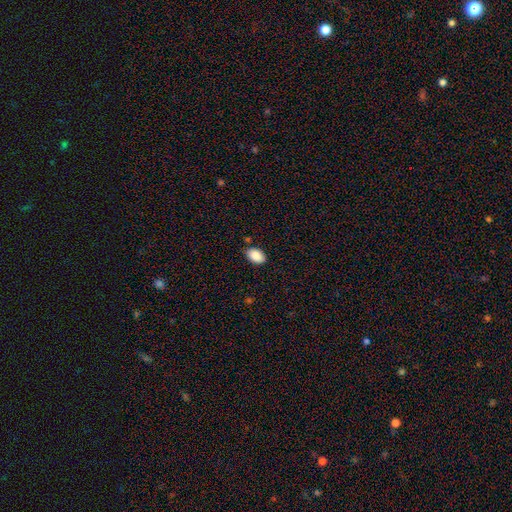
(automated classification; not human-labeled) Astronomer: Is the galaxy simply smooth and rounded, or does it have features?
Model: smooth — 89%.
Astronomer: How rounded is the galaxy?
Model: in between — 91%.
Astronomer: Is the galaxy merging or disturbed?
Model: none — 82%.